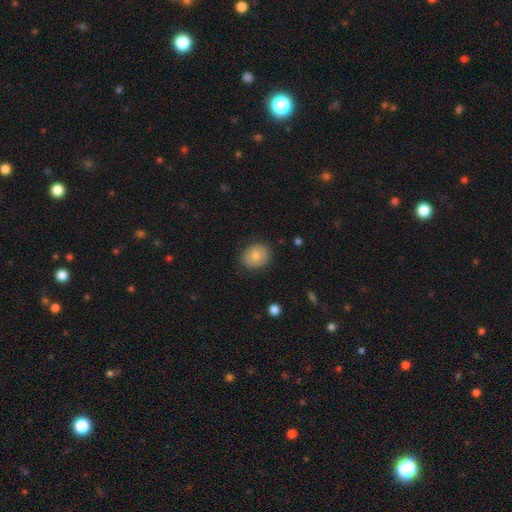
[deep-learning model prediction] smooth-or-featured: smooth: 74% | featured or disk: 18% | star or artifact: 8%
  how-rounded: round: 59% | in between: 40% | cigar-shaped: 1%
  merging: none: 86% | minor disturbance: 11% | major disturbance: 3% | merger: 1%